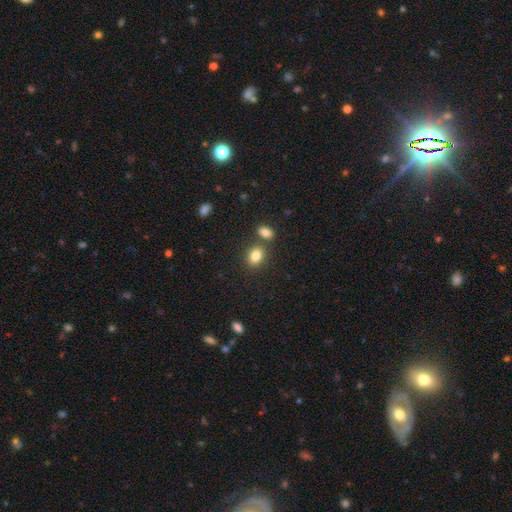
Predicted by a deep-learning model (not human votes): This appears to be a smooth galaxy with no disk features (83%) that is in between round and cigar-shaped (67%). Merging: none (67%).